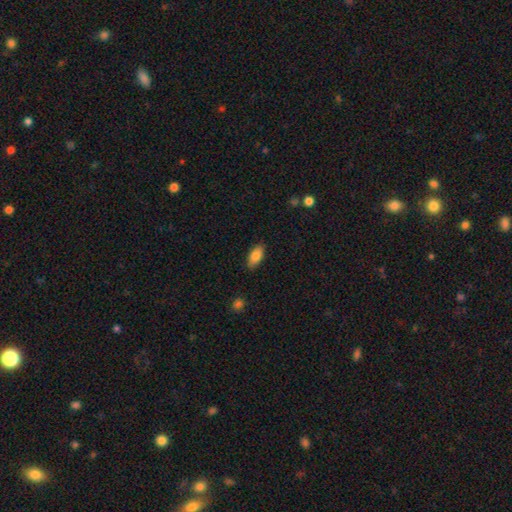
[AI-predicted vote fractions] This is clearly a smooth galaxy (84%). How rounded: clearly in between (87%). Merging: clearly none (87%).